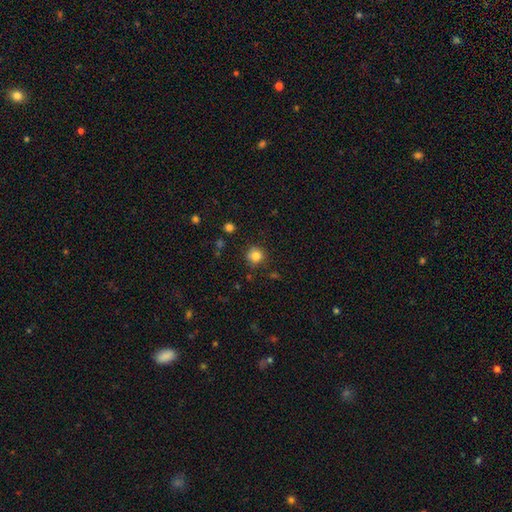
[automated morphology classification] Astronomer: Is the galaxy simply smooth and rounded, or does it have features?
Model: smooth — 83%.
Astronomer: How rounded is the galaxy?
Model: round — 92%.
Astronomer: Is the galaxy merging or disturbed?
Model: none — 84%.